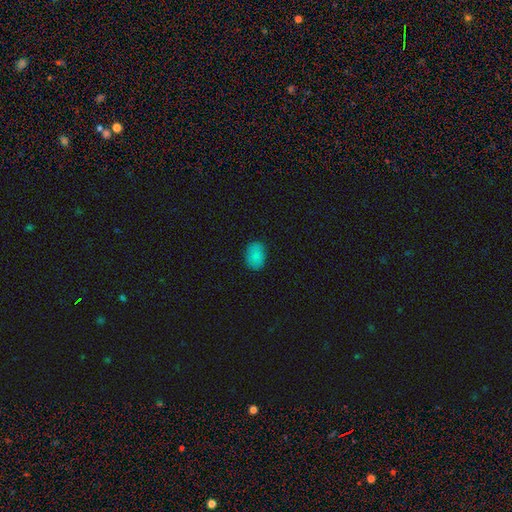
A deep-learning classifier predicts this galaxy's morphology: Smooth or featured? Predicted: smooth (p=0.83). How rounded? Predicted: in between (p=0.74). Merging? Predicted: none (p=0.82).